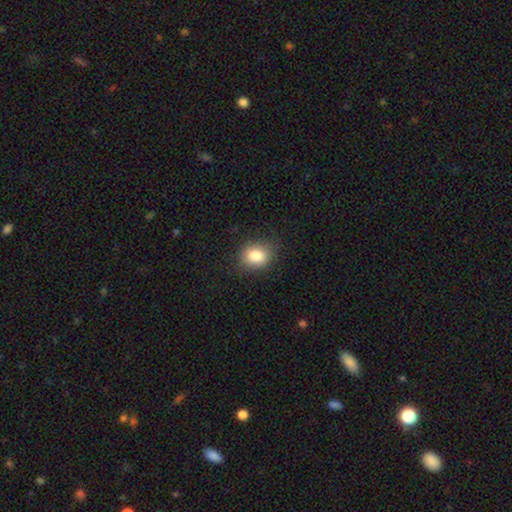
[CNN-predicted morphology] Q: Smooth or featured?
A: smooth (84%); runner-up: star or artifact (10%)
Q: How rounded?
A: in between (51%); runner-up: round (48%)
Q: Merging?
A: none (81%); runner-up: minor disturbance (14%)